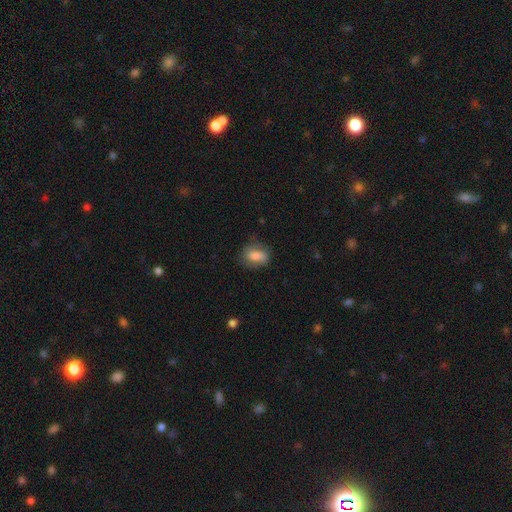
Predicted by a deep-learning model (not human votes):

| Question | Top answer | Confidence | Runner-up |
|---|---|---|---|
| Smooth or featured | smooth | 77% | featured or disk (15%) |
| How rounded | in between | 79% | round (18%) |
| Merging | none | 68% | minor disturbance (23%) |